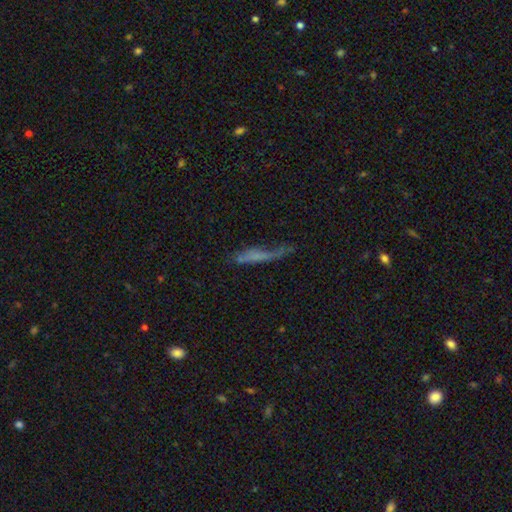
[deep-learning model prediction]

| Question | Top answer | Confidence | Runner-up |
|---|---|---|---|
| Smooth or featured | smooth | 51% | featured or disk (38%) |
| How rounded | cigar-shaped | 85% | in between (12%) |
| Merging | none | 42% | minor disturbance (29%) |